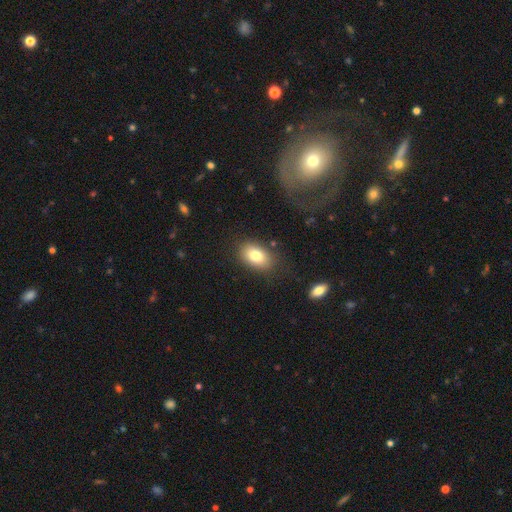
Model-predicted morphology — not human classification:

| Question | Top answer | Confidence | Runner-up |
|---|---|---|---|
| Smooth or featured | smooth | 79% | featured or disk (12%) |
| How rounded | in between | 85% | round (13%) |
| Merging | none | 81% | minor disturbance (13%) |